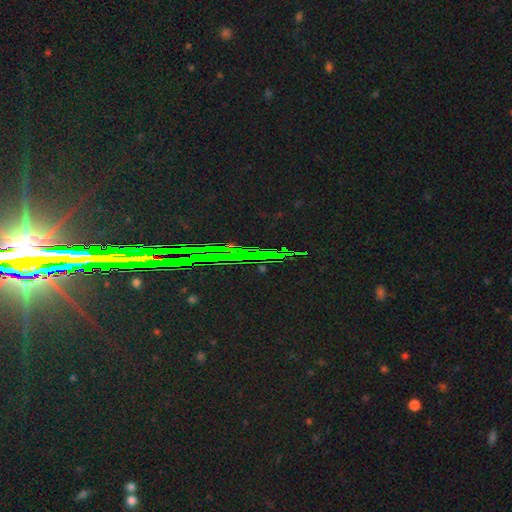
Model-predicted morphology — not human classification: Smooth or featured?
  - star or artifact: 82% *
  - featured or disk: 9%
  - smooth: 9%